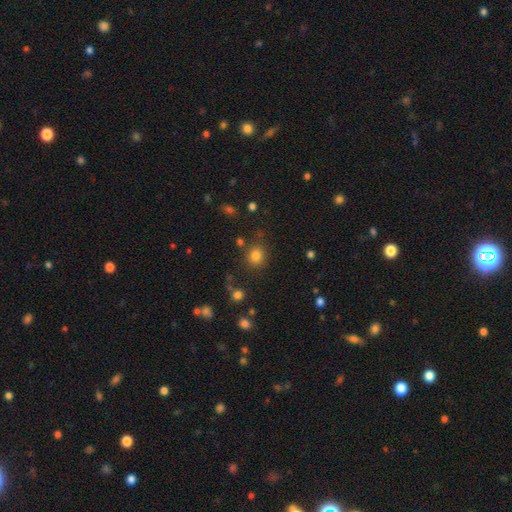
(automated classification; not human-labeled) Smooth or featured? smooth (80%)
How rounded? round (85%)
Merging? none (81%)